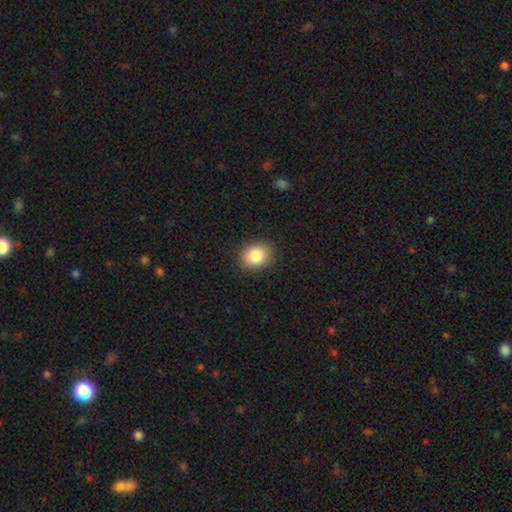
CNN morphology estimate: Smooth or featured? smooth (85%)
How rounded? round (53%)
Merging? none (89%)